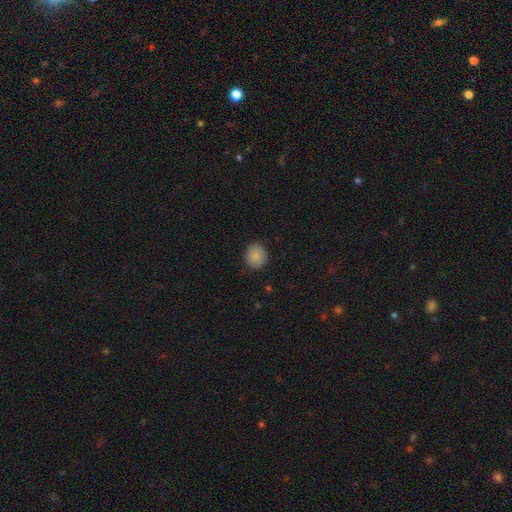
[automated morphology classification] type=smooth (87%); roundness=round (78%); merging=none (87%).